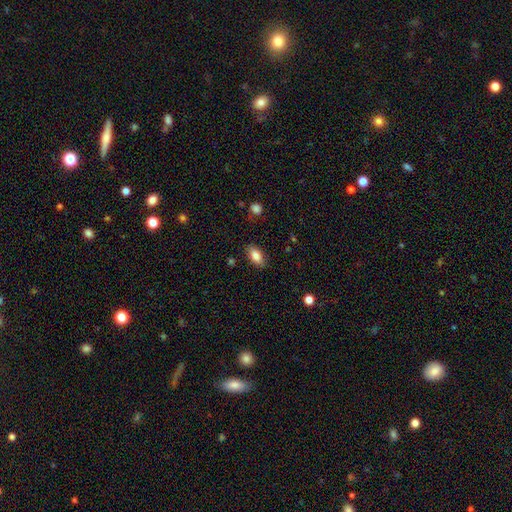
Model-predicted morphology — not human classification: Smooth or featured? Predicted: smooth (p=0.83). How rounded? Predicted: in between (p=0.89). Merging? Predicted: none (p=0.84).